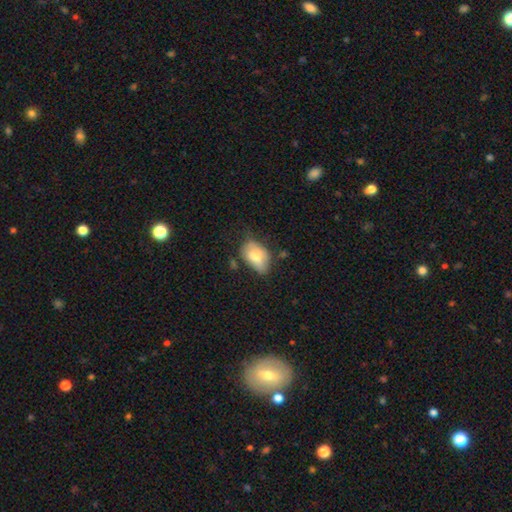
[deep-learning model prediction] Smooth or featured? smooth (72%)
How rounded? in between (86%)
Merging? none (50%)